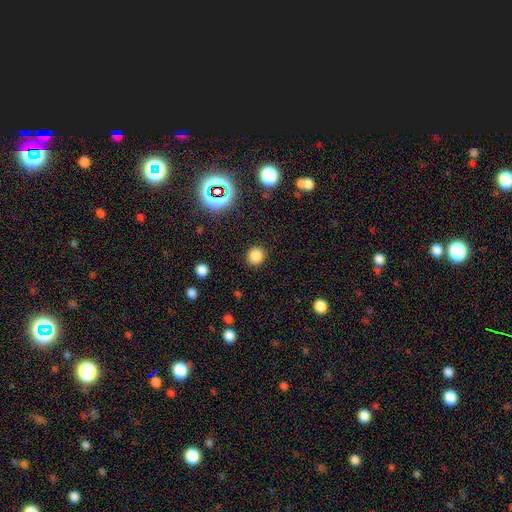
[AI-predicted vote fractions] A smooth galaxy with no disk features (81%) that is round (88%). Merging: none (90%).